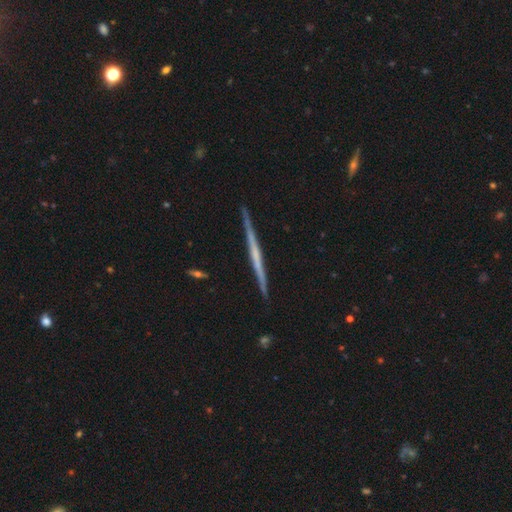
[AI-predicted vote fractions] smooth_or_featured: featured or disk (p=0.69) [alt: smooth p=0.26]
disk_edge_on: yes (p=0.98) [alt: no p=0.02]
edge_on_bulge: none (p=0.75) [alt: rounded p=0.17]
merging: none (p=0.90) [alt: minor disturbance p=0.07]